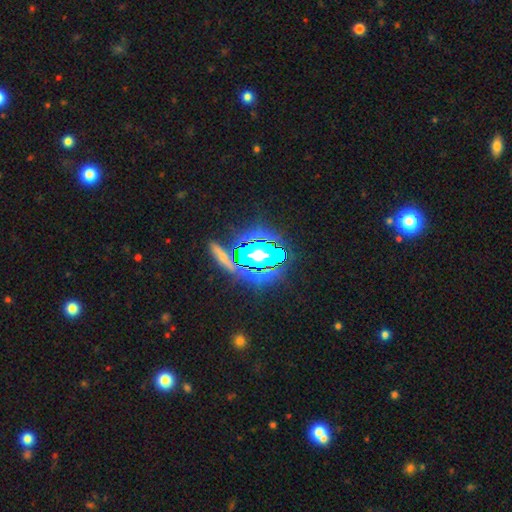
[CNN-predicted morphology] A star or artifact, not a galaxy (76%).

Vote fractions:
- Smooth or featured? star or artifact: 76% / smooth: 13% / featured or disk: 11%